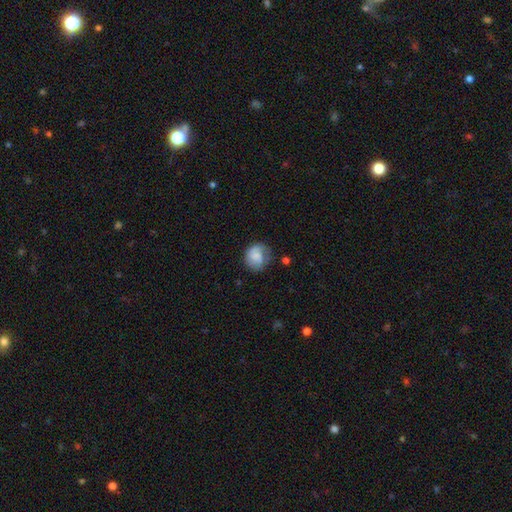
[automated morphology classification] Smooth or featured: smooth — 69% (featured or disk — 23%)
How rounded: round — 75% (in between — 24%)
Merging: none — 55% (minor disturbance — 29%)